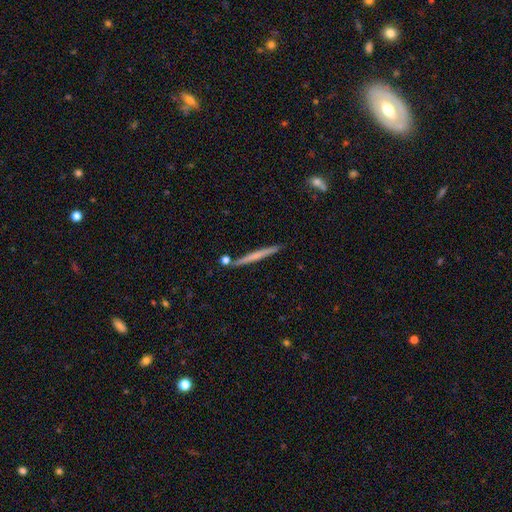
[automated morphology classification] Overall: smooth (48%; featured or disk 46%). Merging: none (86%).